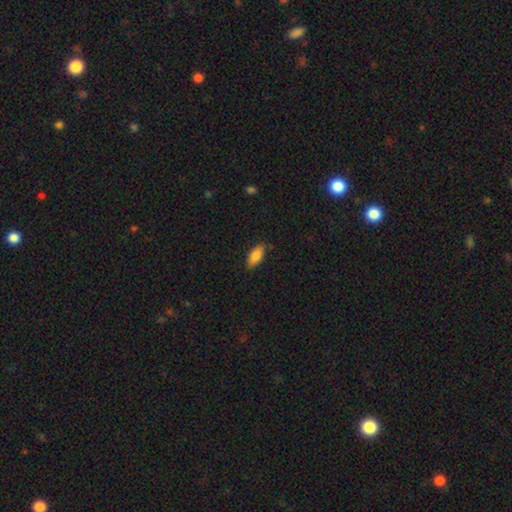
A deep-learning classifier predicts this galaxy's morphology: A smooth galaxy with no disk features (80%) that is in between round and cigar-shaped (80%).

Vote fractions:
- Smooth or featured? smooth: 80% / featured or disk: 13% / star or artifact: 7%
- How rounded? in between: 80% / cigar-shaped: 18% / round: 2%
- Merging? none: 83% / minor disturbance: 13% / major disturbance: 2% / merger: 1%